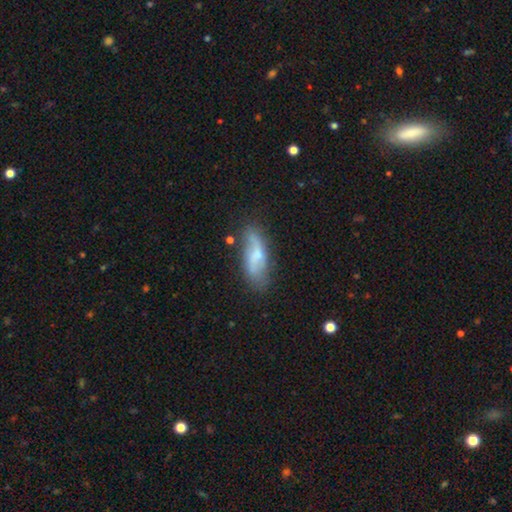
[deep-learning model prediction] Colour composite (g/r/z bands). It shows a featured or disk galaxy (47%). Merging: none (60%).